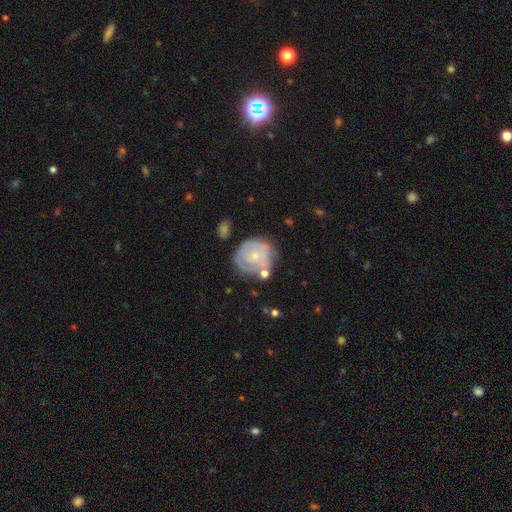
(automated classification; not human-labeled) This appears to be a featured or disk galaxy (62%) with no bar (84%), spiral arms (65%) and a small central bulge (73%). Merging: none (59%).